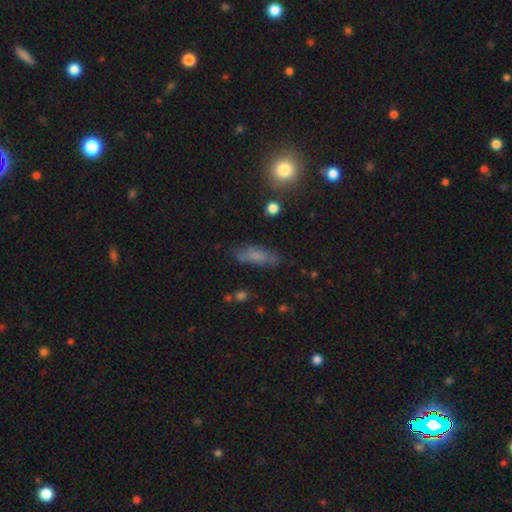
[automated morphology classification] Smooth or featured? Predicted: smooth (p=0.64). How rounded? Predicted: in between (p=0.56). Merging? Predicted: none (p=0.69).